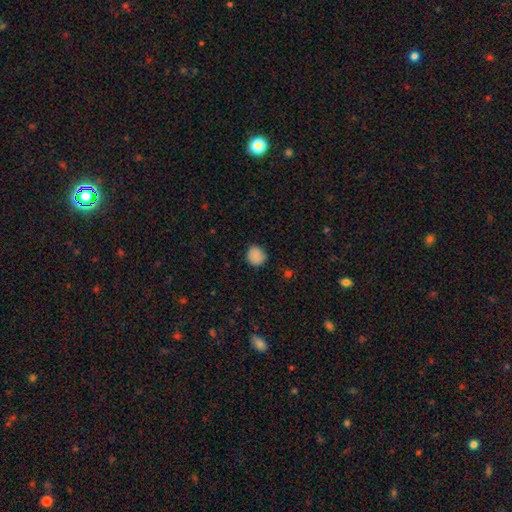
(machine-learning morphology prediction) A smooth galaxy with no disk features (87%) that is round (87%).

Vote fractions:
- Smooth or featured? smooth: 87% / star or artifact: 9% / featured or disk: 3%
- How rounded? round: 87% / in between: 12% / cigar-shaped: 1%
- Merging? none: 85% / minor disturbance: 11% / major disturbance: 2% / merger: 1%